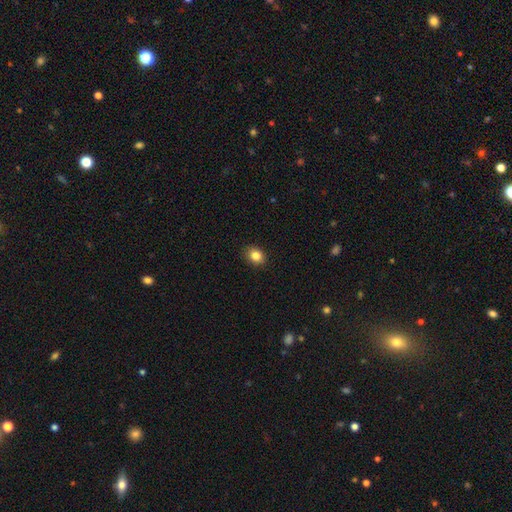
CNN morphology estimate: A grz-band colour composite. It shows a smooth galaxy with no disk features (85%) that is in between round and cigar-shaped (56%). Merging: none (90%).